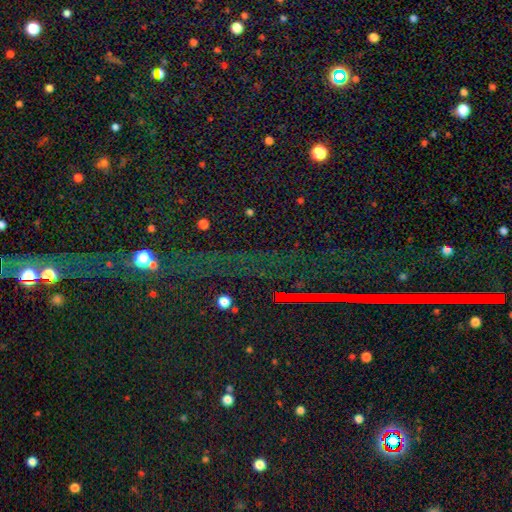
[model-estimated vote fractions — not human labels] This is likely a star or artifact rather than a galaxy (79%).